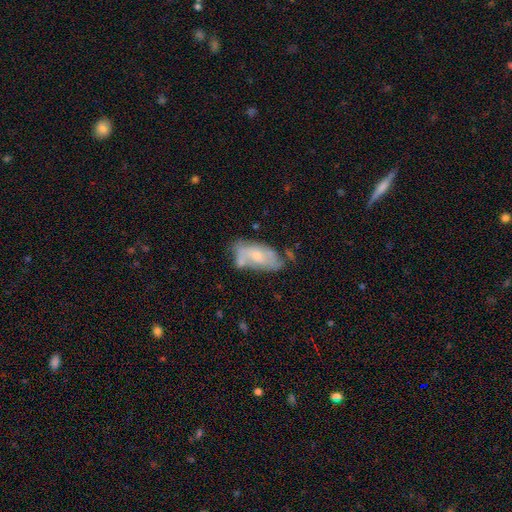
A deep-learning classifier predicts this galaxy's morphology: The model was most divided on "smooth or featured": featured or disk: 49%, smooth: 44%, star or artifact: 7%. Remaining: merging — none (44%).